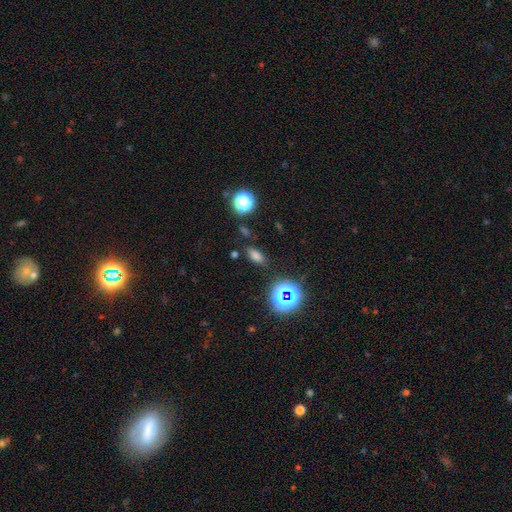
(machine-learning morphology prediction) This is likely a smooth galaxy (70%). How rounded: clearly in between (81%). Merging: clearly none (82%).